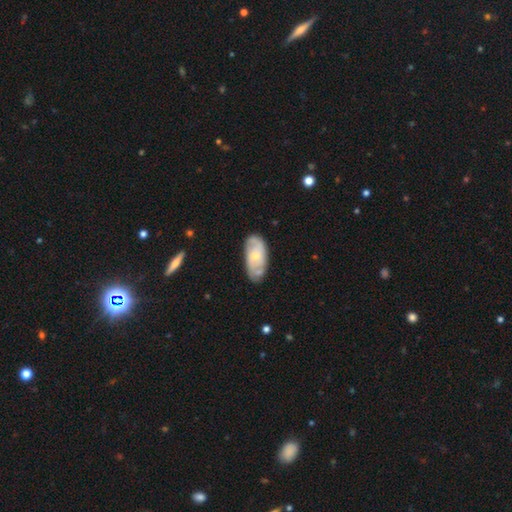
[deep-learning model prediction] This appears to be a featured or disk galaxy (64%) with no bar (72%), spiral arms (79%) and a small central bulge (58%). Merging: none (67%).